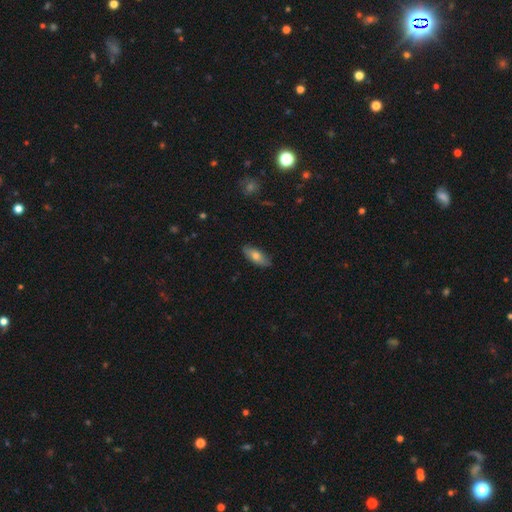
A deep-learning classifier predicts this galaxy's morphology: Overall: smooth (71%). How rounded: in between (77%). Merging: none (84%).